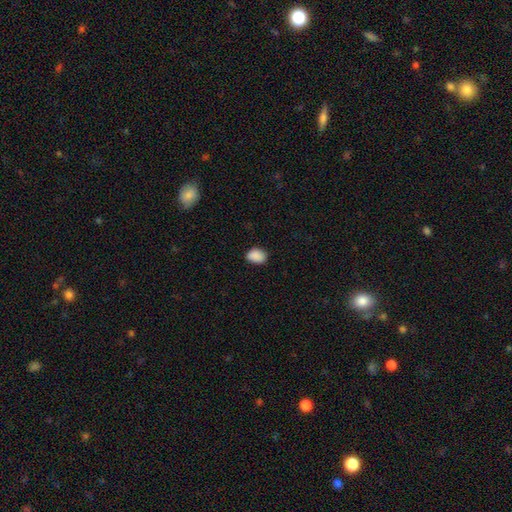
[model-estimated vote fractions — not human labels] Morphology: type=smooth (89%); roundness=in between (77%); merging=none (83%).